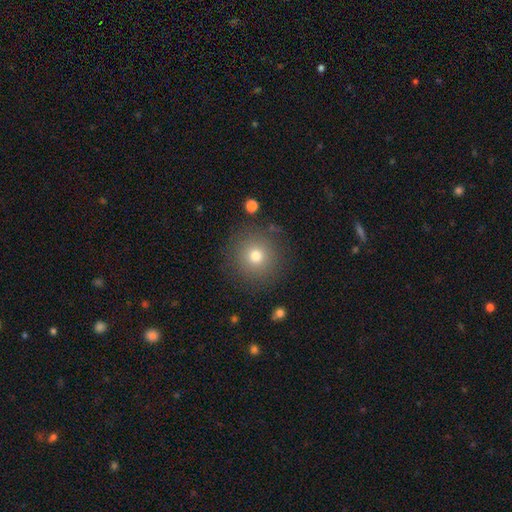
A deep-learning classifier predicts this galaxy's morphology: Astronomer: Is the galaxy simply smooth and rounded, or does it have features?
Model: smooth — 74%.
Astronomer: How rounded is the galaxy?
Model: round — 95%.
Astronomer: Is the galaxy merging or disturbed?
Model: none — 86%.